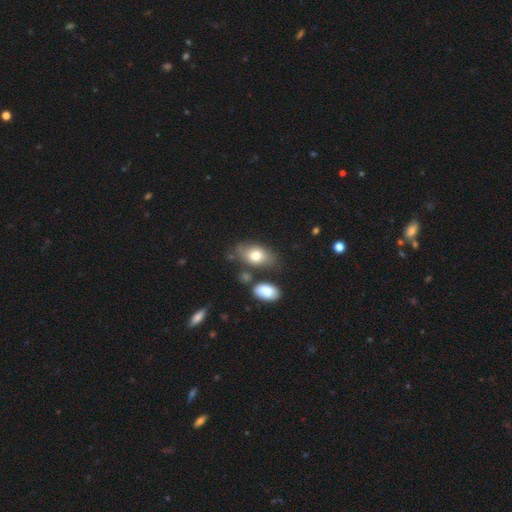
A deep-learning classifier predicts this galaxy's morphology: type=smooth (75%); roundness=in between (88%); merging=none (62%).